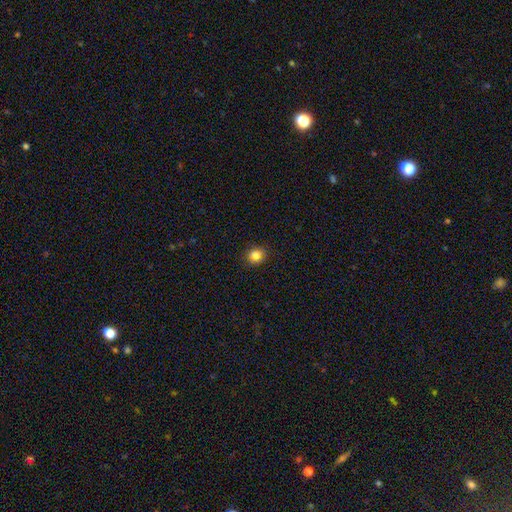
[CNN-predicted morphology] A smooth galaxy with no disk features (80%) that is round (70%).

Vote fractions:
- Smooth or featured? smooth: 80% / star or artifact: 13% / featured or disk: 7%
- How rounded? round: 70% / in between: 29% / cigar-shaped: 1%
- Merging? none: 86% / minor disturbance: 10% / major disturbance: 2% / merger: 2%